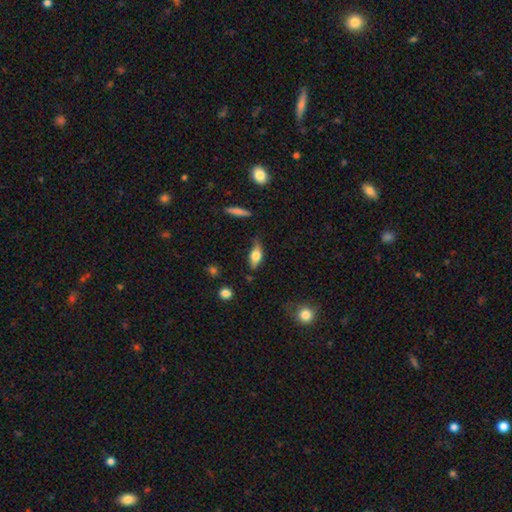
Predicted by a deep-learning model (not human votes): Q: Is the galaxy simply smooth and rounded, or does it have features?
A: smooth — 62%.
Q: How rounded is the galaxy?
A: in between — 73%.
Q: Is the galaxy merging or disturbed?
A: none — 67%.